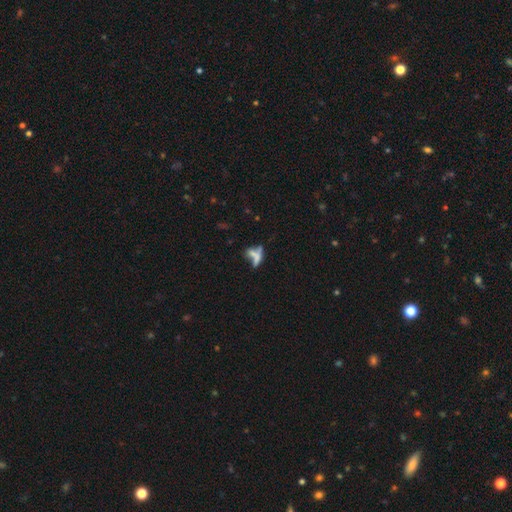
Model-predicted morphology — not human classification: Overall: smooth (51%; featured or disk 34%). How rounded: cigar-shaped (46%; in between 43%). Merging: merger (47%; none 29%).